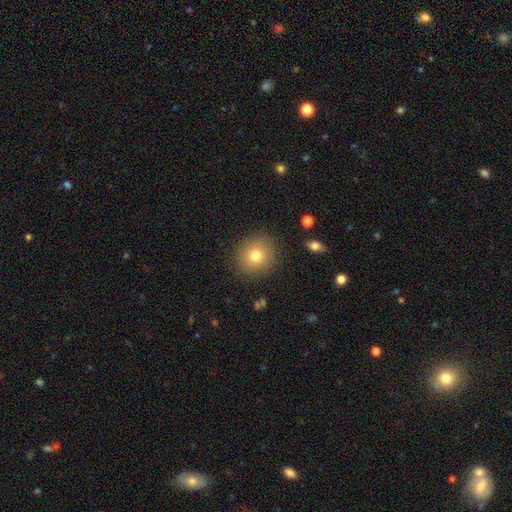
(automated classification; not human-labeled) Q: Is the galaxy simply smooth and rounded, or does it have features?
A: smooth — 78%.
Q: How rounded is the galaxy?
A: round — 87%.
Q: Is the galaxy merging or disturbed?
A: none — 88%.